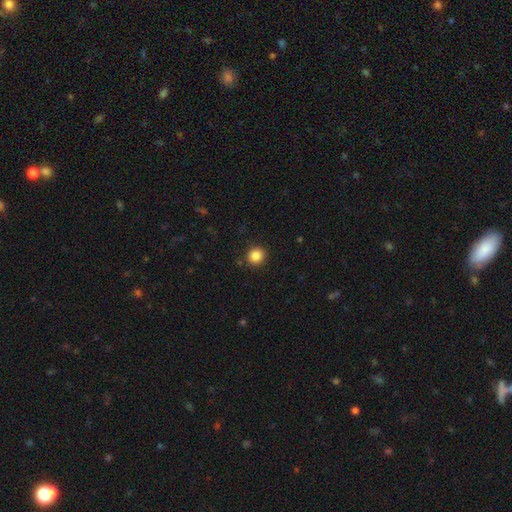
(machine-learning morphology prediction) smooth 85%, star or artifact 11%, featured or disk 4%. Down the decision tree: how rounded — round (91%); merging — none (90%).